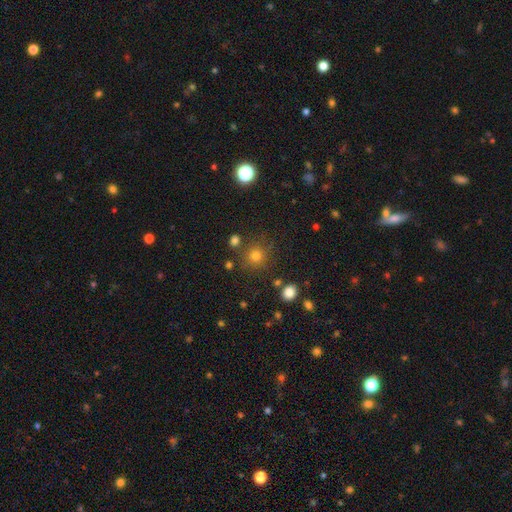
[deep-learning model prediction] smooth-or-featured: smooth: 74% | star or artifact: 19% | featured or disk: 7%
  how-rounded: round: 92% | in between: 8% | cigar-shaped: 1%
  merging: none: 82% | minor disturbance: 9% | merger: 6% | major disturbance: 4%